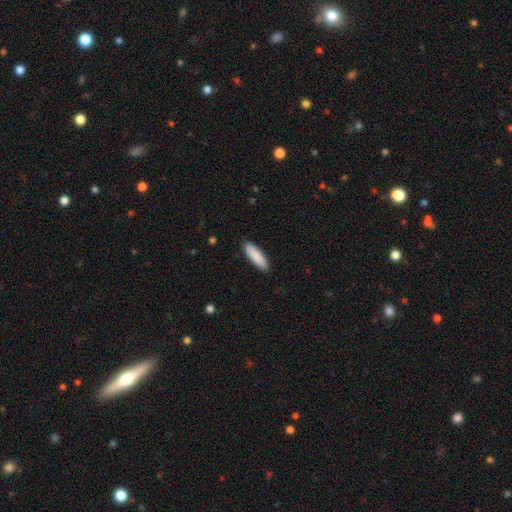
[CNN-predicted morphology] Smooth or featured? Predicted: smooth (p=0.88). How rounded? Predicted: cigar-shaped (p=0.57). Merging? Predicted: none (p=0.89).